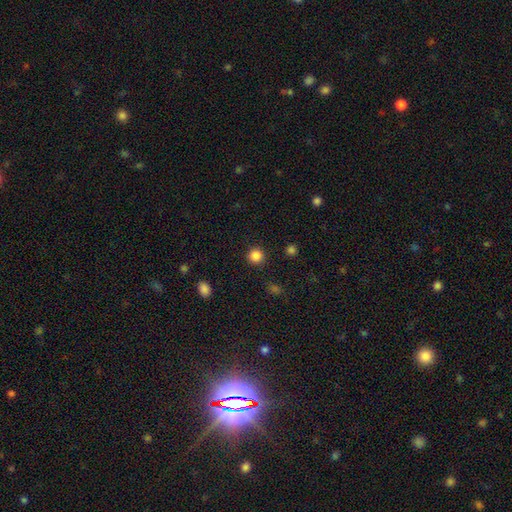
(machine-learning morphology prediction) Smooth or featured: smooth — 85% (star or artifact — 12%)
How rounded: round — 94% (in between — 5%)
Merging: none — 91% (minor disturbance — 6%)